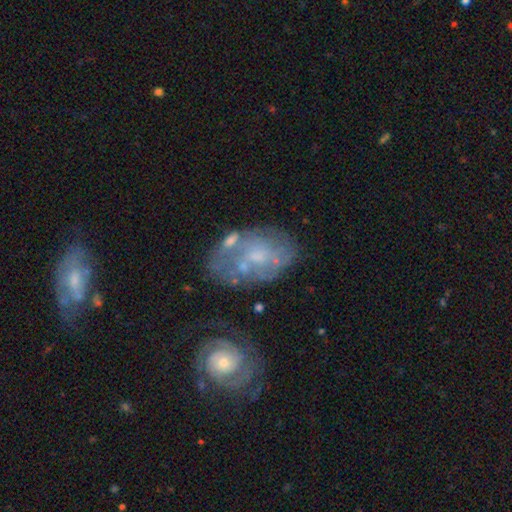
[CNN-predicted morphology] This is likely a featured or disk galaxy (63%). It is clearly not viewed edge-on (96%). Bar: likely no (78%). Spiral arm pattern: possibly yes (55%). Central bulge: possibly small (51%). Merging: possibly none (47%).